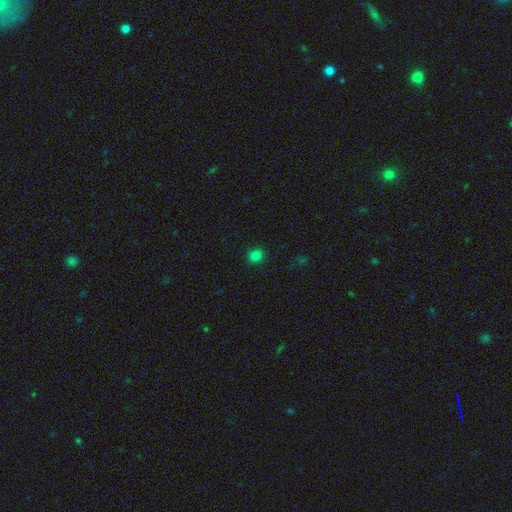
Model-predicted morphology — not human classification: smooth-or-featured: smooth: 81% | star or artifact: 16% | featured or disk: 3%
  how-rounded: round: 78% | in between: 21% | cigar-shaped: 1%
  merging: none: 90% | minor disturbance: 7% | major disturbance: 2% | merger: 1%